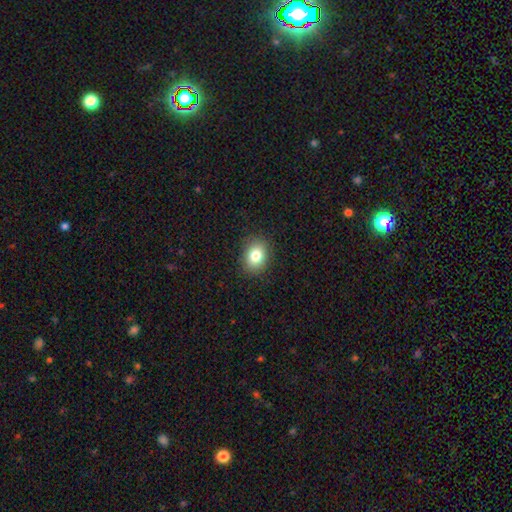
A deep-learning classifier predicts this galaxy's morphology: This appears to be a smooth galaxy with no disk features (81%) that is in between round and cigar-shaped (52%). Merging: none (88%).